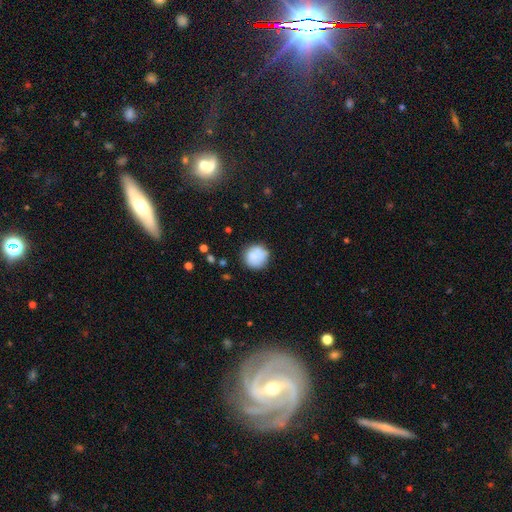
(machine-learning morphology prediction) Smooth or featured: smooth — 81% (featured or disk — 10%)
How rounded: round — 91% (in between — 8%)
Merging: none — 74% (minor disturbance — 16%)